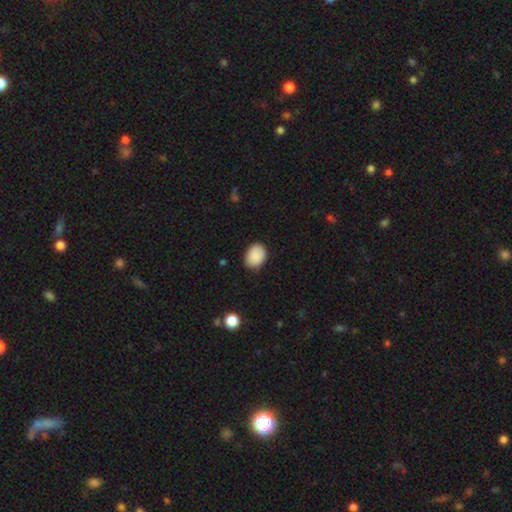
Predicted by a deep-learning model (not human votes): The model was most divided on "how rounded": in between: 63%, round: 37%, cigar-shaped: 1%. More confident: smooth or featured — smooth (89%); merging — none (84%).